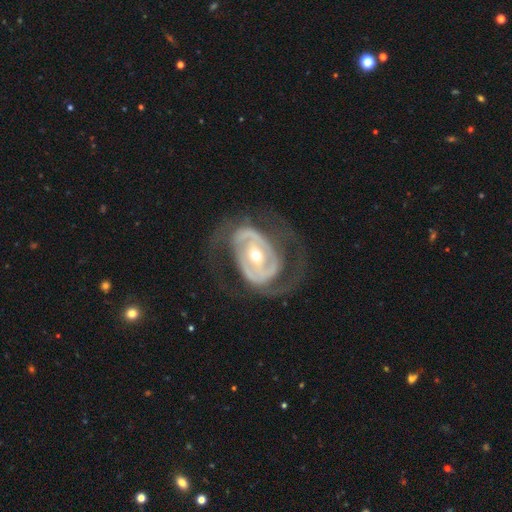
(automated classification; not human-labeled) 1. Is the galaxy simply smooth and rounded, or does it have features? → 87% featured or disk, 9% smooth, 4% star or artifact.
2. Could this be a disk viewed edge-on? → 96% no, 4% yes.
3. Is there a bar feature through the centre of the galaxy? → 39% strong, 32% weak, 29% no.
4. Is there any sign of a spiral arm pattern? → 80% yes, 20% no.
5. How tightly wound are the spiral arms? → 42% medium, 37% tight, 21% loose.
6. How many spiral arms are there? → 76% 2, 12% can't tell, 4% 1, 4% 3, 2% 4, 2% more than 4.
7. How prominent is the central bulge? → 54% moderate, 42% small, 3% large, 1% dominant, 1% none.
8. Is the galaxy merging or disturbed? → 64% none, 21% major disturbance, 14% minor disturbance, 1% merger.